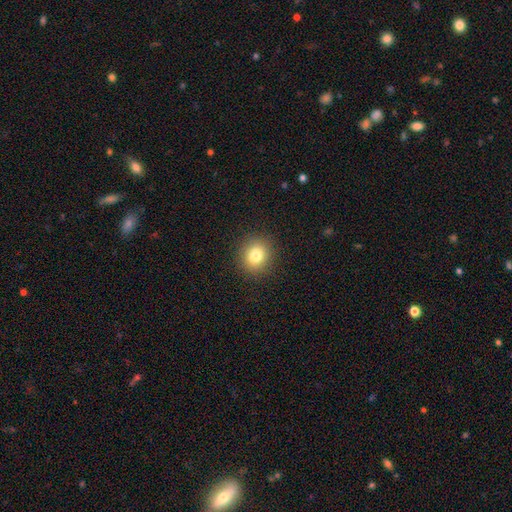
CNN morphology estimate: Smooth or featured?
  - smooth: 80% *
  - star or artifact: 11%
  - featured or disk: 8%
How rounded?
  - round: 84% *
  - in between: 15%
  - cigar-shaped: 1%
Merging?
  - none: 91% *
  - minor disturbance: 6%
  - major disturbance: 2%
  - merger: 1%